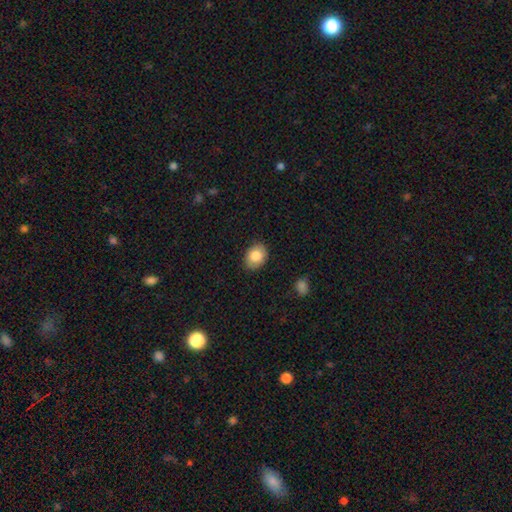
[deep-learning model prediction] Smooth or featured? Predicted: smooth (p=0.84). How rounded? Predicted: in between (p=0.70). Merging? Predicted: none (p=0.87).